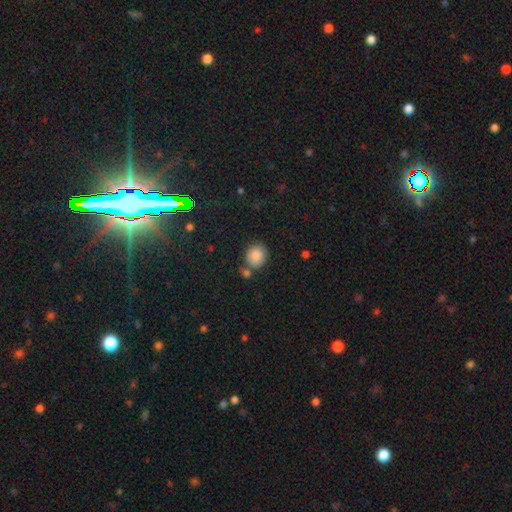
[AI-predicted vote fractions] Smooth or featured? smooth (86%)
How rounded? round (77%)
Merging? none (70%)